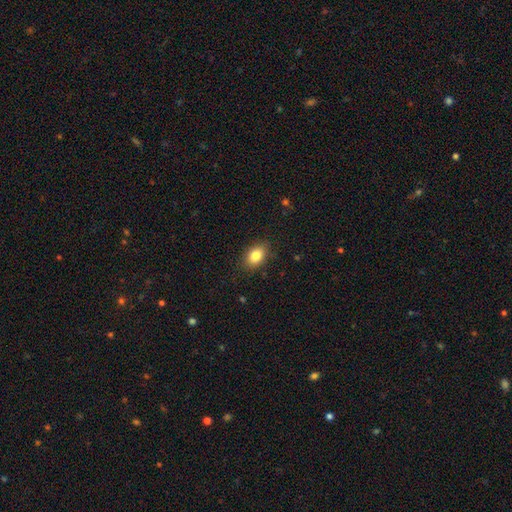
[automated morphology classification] Smooth or featured?
  - smooth: 83% *
  - star or artifact: 9%
  - featured or disk: 8%
How rounded?
  - in between: 81% *
  - round: 17%
  - cigar-shaped: 1%
Merging?
  - none: 86% *
  - minor disturbance: 10%
  - major disturbance: 3%
  - merger: 1%